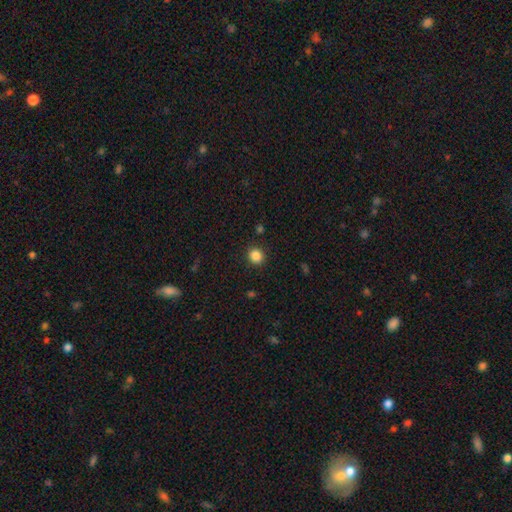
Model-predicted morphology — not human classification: The model was most divided on "how rounded": round: 82%, in between: 17%, cigar-shaped: 1%. More confident: merging — none (90%); smooth or featured — smooth (86%).